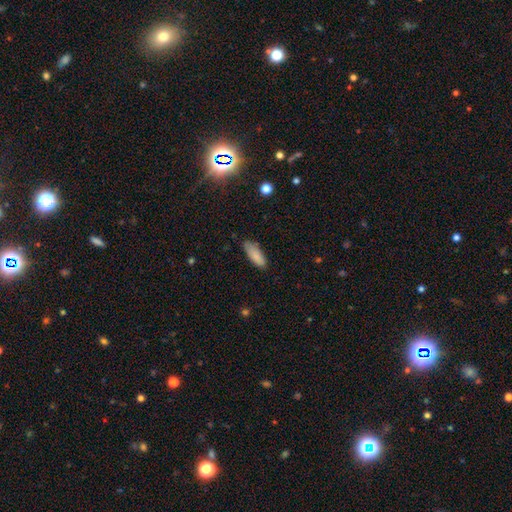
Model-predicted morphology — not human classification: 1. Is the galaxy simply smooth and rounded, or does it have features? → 87% smooth, 7% star or artifact, 6% featured or disk.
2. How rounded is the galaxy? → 66% in between, 32% cigar-shaped, 2% round.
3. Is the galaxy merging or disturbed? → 74% none, 21% minor disturbance, 3% major disturbance, 2% merger.